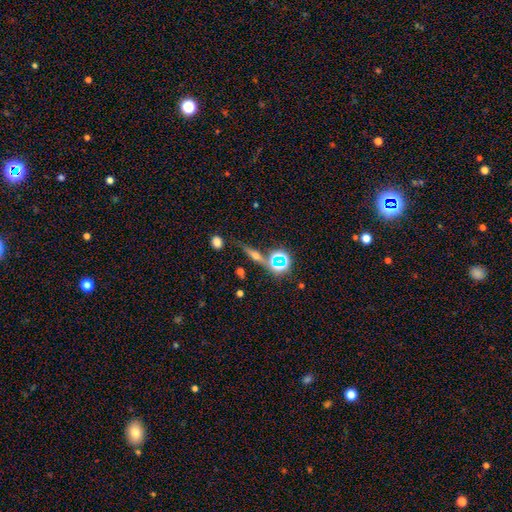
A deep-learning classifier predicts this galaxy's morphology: Q: Smooth or featured?
A: featured or disk (51%); runner-up: smooth (27%)
Q: Edge-on disk?
A: yes (89%); runner-up: no (11%)
Q: Merging?
A: none (78%); runner-up: minor disturbance (11%)